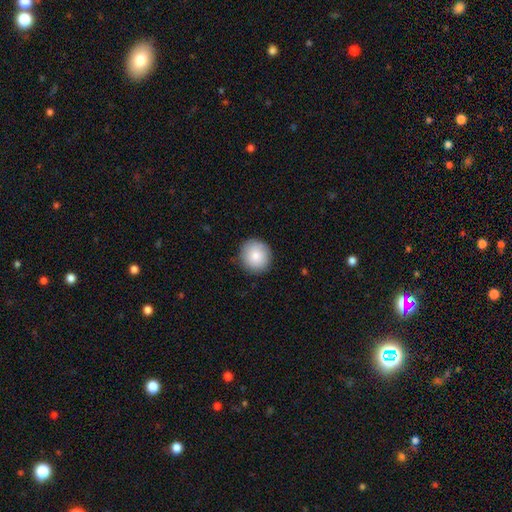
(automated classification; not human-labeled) Smooth or featured?
  - smooth: 85% *
  - featured or disk: 8%
  - star or artifact: 7%
How rounded?
  - round: 92% *
  - in between: 7%
  - cigar-shaped: 1%
Merging?
  - none: 88% *
  - minor disturbance: 9%
  - major disturbance: 2%
  - merger: 1%